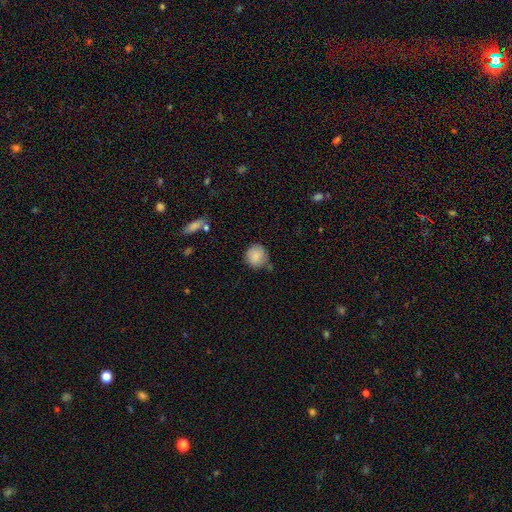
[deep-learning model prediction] Smooth or featured: smooth — 85% (star or artifact — 8%)
How rounded: round — 89% (in between — 10%)
Merging: none — 70% (minor disturbance — 21%)